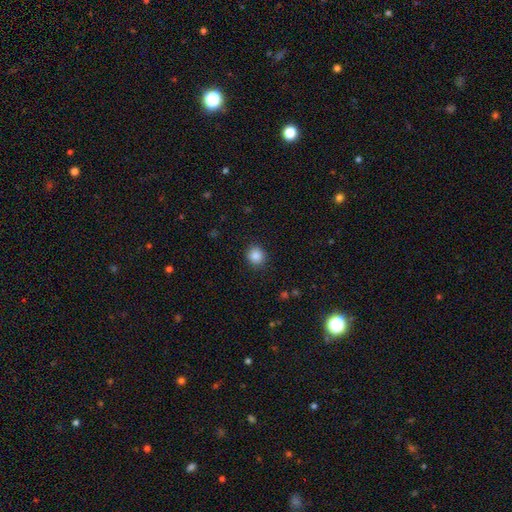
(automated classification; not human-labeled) Smooth or featured? smooth (87%)
How rounded? round (89%)
Merging? none (90%)